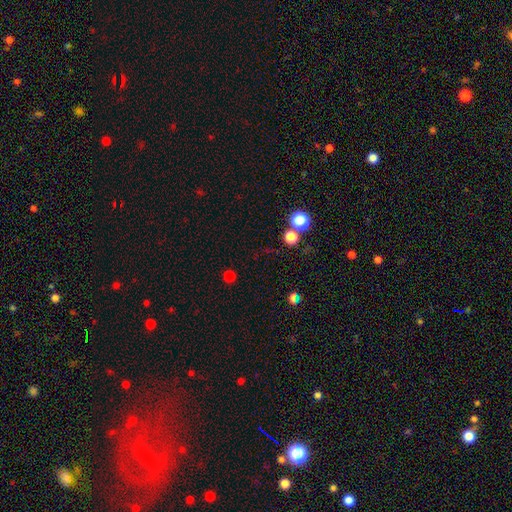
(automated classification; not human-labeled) smooth 51%, star or artifact 42%, featured or disk 7%. Down the decision tree: how rounded — round (90%); merging — none (82%).